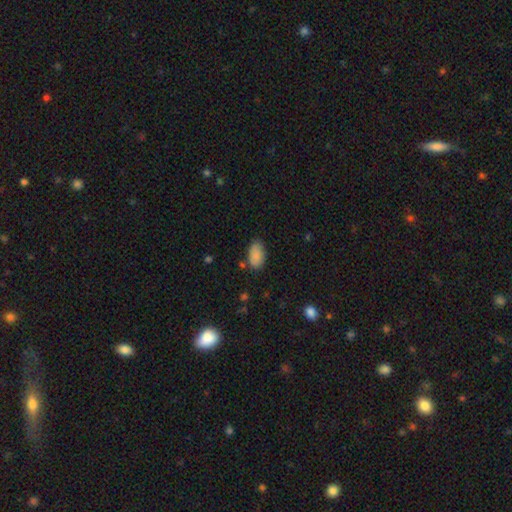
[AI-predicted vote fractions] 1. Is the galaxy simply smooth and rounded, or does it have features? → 85% smooth, 8% featured or disk, 7% star or artifact.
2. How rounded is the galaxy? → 93% in between, 5% round, 2% cigar-shaped.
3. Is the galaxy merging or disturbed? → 74% none, 19% minor disturbance, 4% major disturbance, 3% merger.